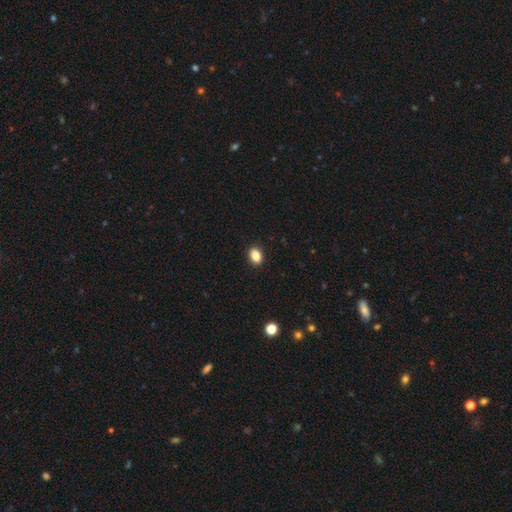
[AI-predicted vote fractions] Smooth or featured? Predicted: smooth (p=0.86). How rounded? Predicted: in between (p=0.77). Merging? Predicted: none (p=0.91).